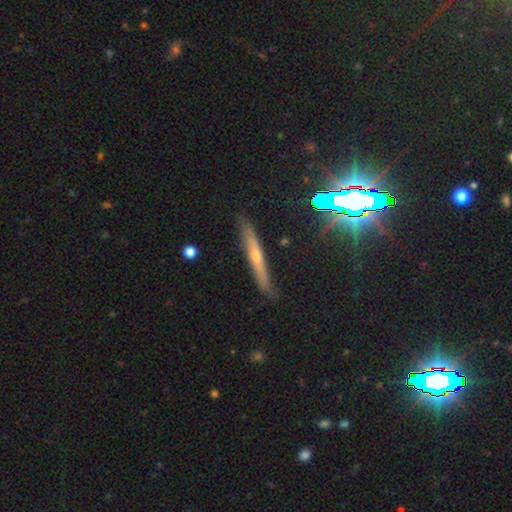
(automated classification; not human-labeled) This is possibly a featured or disk galaxy (54%). It is clearly viewed edge-on (93%). Edge-on bulge: likely rounded (68%). Merging: clearly none (84%).